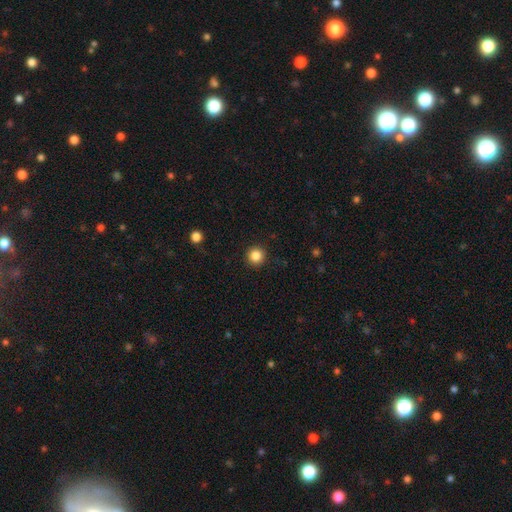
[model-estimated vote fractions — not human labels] A smooth galaxy with no disk features (85%) that is round (95%). Merging: none (92%).